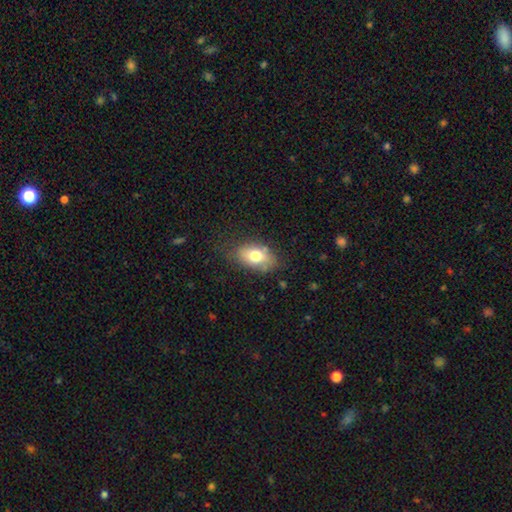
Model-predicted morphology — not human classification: This is likely a smooth galaxy (75%). How rounded: clearly in between (88%). Merging: likely none (69%).